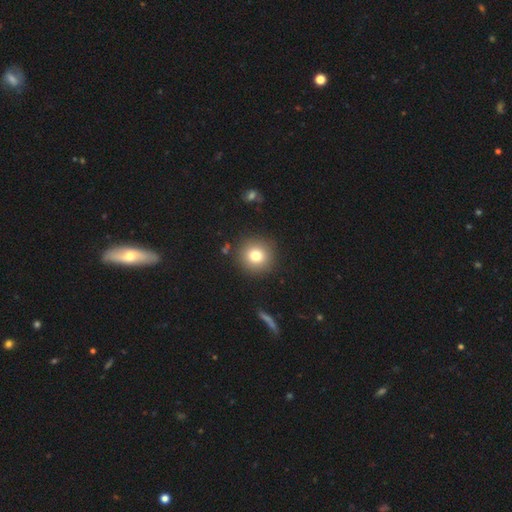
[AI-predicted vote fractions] Overall: smooth (77%). How rounded: round (94%). Merging: none (89%).